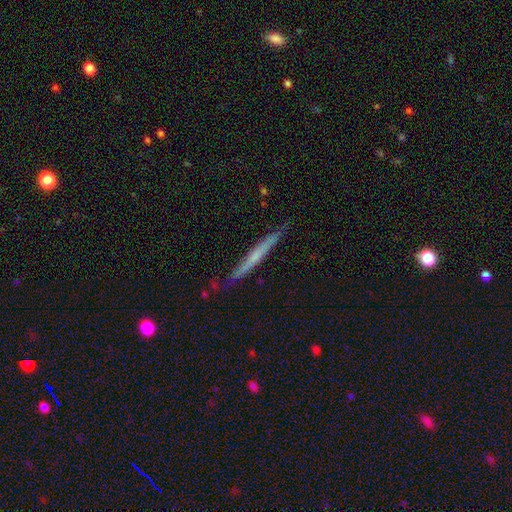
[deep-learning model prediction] The model was most divided on "smooth or featured": featured or disk: 56%, smooth: 38%, star or artifact: 6%. More confident: edge-on disk — yes (95%); merging — none (80%); edge-on bulge — none (71%).